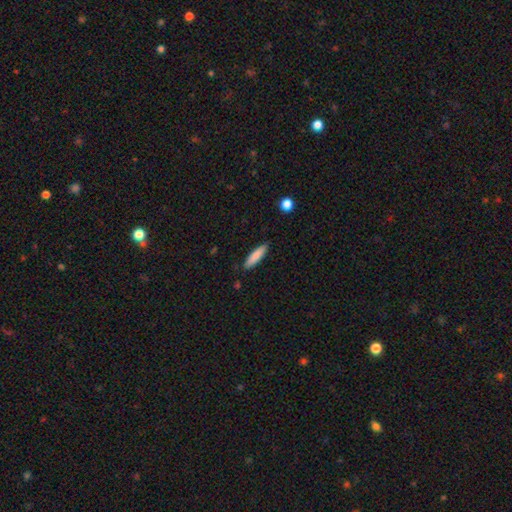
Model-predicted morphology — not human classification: A smooth galaxy with no disk features (84%) that is cigar-shaped (78%).

Vote fractions:
- Smooth or featured? smooth: 84% / featured or disk: 10% / star or artifact: 6%
- How rounded? cigar-shaped: 78% / in between: 21% / round: 1%
- Merging? none: 87% / minor disturbance: 10% / major disturbance: 2% / merger: 1%